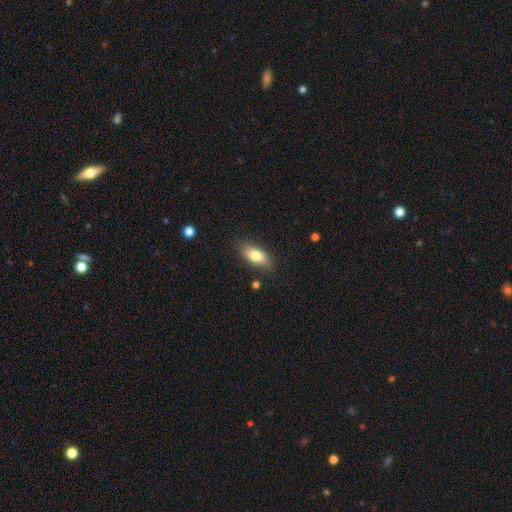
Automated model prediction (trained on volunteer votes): Morphology: type=smooth (79%); roundness=in between (84%); merging=none (83%).